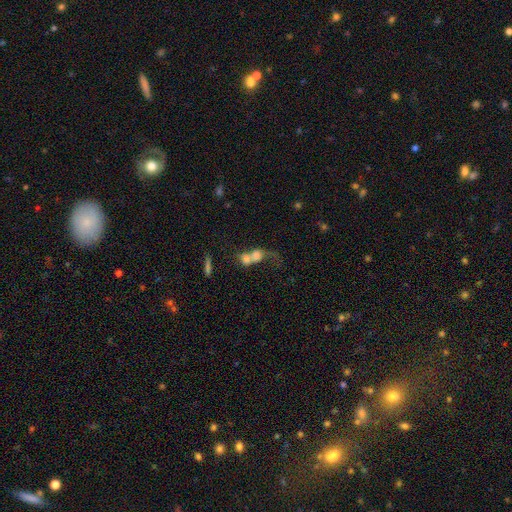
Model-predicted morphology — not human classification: Smooth or featured: smooth — 57% (featured or disk — 31%)
How rounded: round — 54% (in between — 41%)
Merging: merger — 74% (major disturbance — 11%)